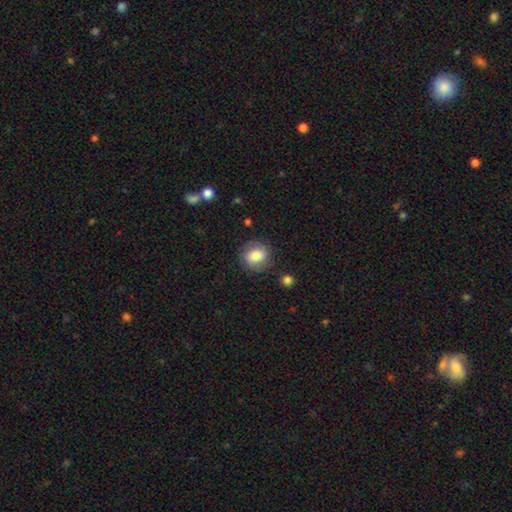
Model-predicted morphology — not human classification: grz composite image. It shows a smooth galaxy with no disk features (74%) that is round (72%). Merging: none (80%).